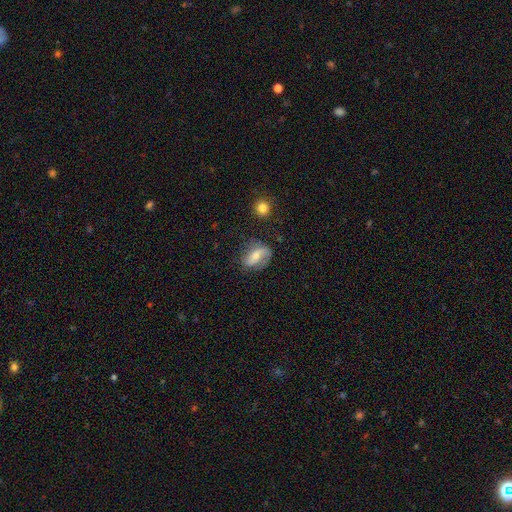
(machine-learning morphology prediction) A featured or disk galaxy (60%) with no bar (38%), spiral arms (86%) and a moderate central bulge (52%).

Vote fractions:
- Smooth or featured? featured or disk: 60% / smooth: 32% / star or artifact: 8%
- Edge-on disk? no: 95% / yes: 5%
- Bar? no: 38% / weak: 36% / strong: 26%
- Spiral arms? yes: 86% / no: 14%
- Bulge size? moderate: 52% / small: 40% / large: 4% / none: 3% / dominant: 1%
- Merging? none: 62% / minor disturbance: 23% / major disturbance: 12% / merger: 2%